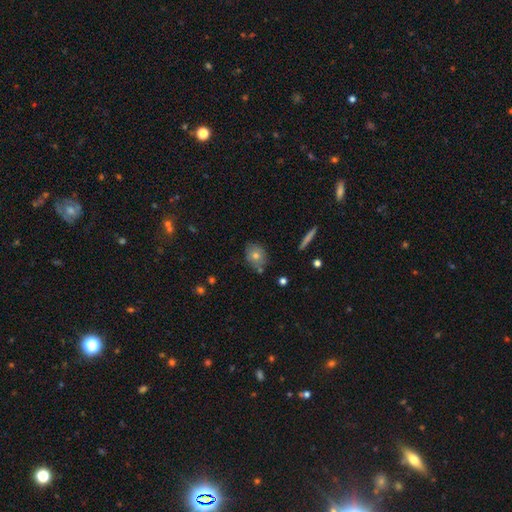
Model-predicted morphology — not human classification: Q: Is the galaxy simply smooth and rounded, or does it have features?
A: smooth — 65%.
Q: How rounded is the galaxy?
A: round — 60%.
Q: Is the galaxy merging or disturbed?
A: none — 79%.